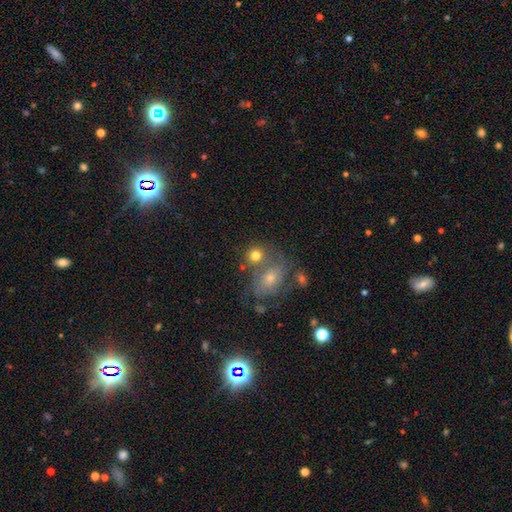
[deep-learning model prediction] This appears to be a smooth galaxy with no disk features (72%) that is round (75%). Merging: none (45%).